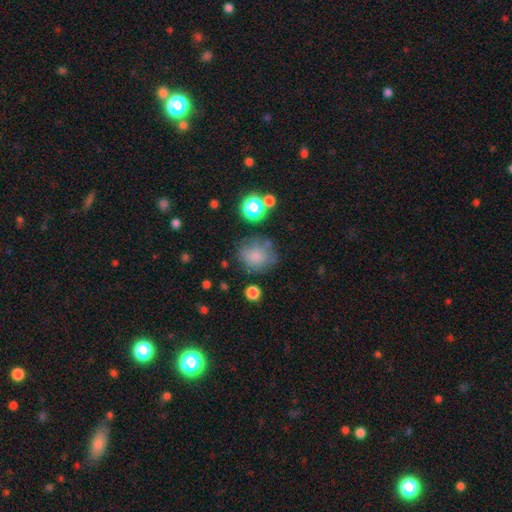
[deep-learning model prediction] Smooth or featured? Predicted: smooth (p=0.76). How rounded? Predicted: round (p=0.78). Merging? Predicted: none (p=0.63).